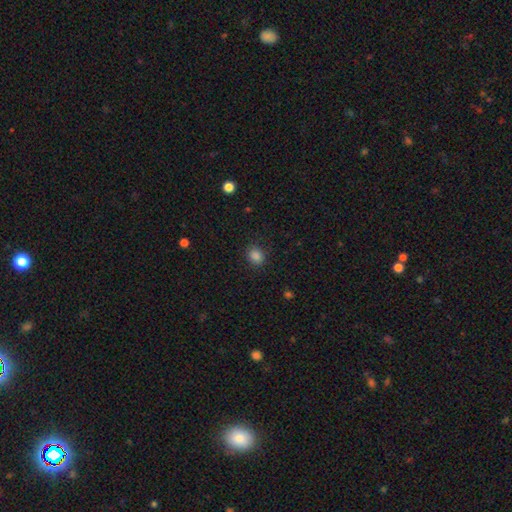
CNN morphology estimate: Q: Smooth or featured?
A: smooth (86%); runner-up: star or artifact (11%)
Q: How rounded?
A: round (59%); runner-up: in between (40%)
Q: Merging?
A: none (86%); runner-up: minor disturbance (10%)